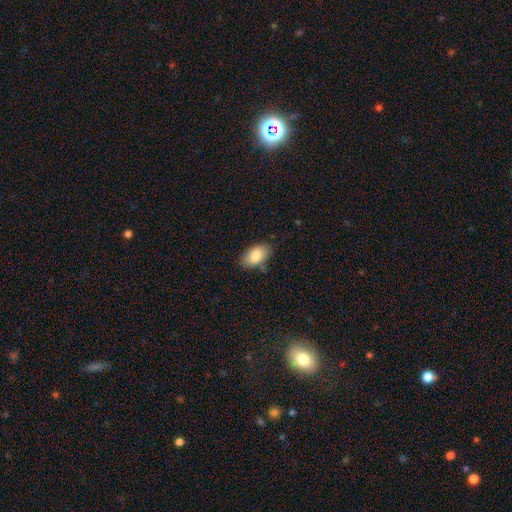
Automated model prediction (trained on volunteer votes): Smooth or featured? smooth (84%)
How rounded? in between (93%)
Merging? none (76%)